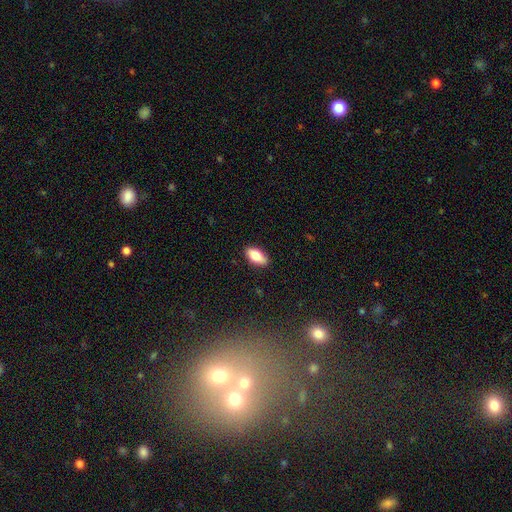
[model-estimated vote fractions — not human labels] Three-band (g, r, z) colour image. It shows a smooth galaxy with no disk features (78%) that is in between round and cigar-shaped (86%). Merging: none (88%).